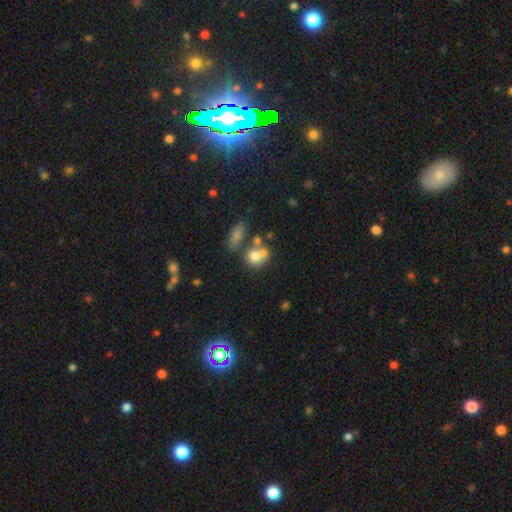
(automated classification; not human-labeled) Smooth or featured? smooth (71%)
How rounded? round (56%)
Merging? merger (45%)